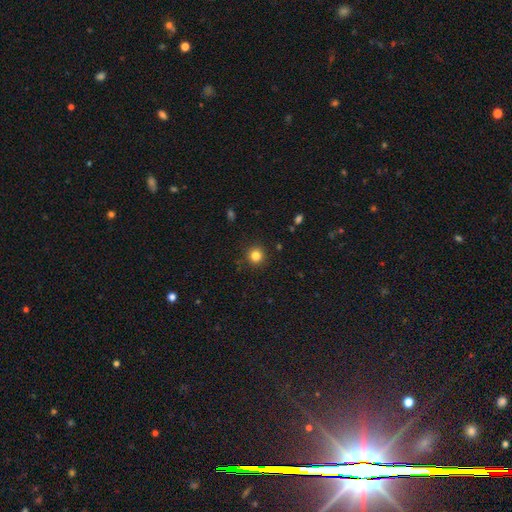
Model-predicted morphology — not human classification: Smooth or featured: smooth — 82% (star or artifact — 13%)
How rounded: round — 94% (in between — 5%)
Merging: none — 91% (minor disturbance — 6%)